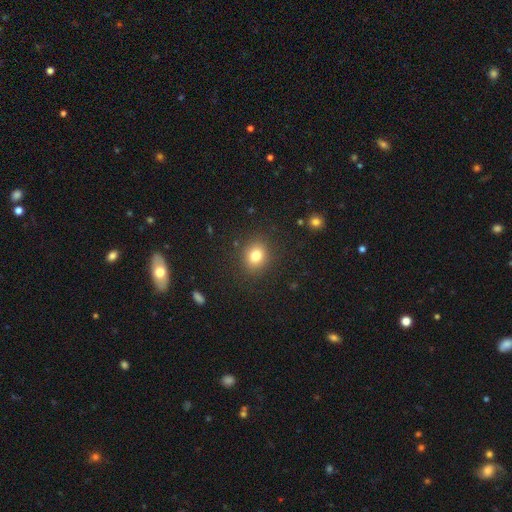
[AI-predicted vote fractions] Overall: smooth (79%). How rounded: round (64%; in between 35%). Merging: none (87%).